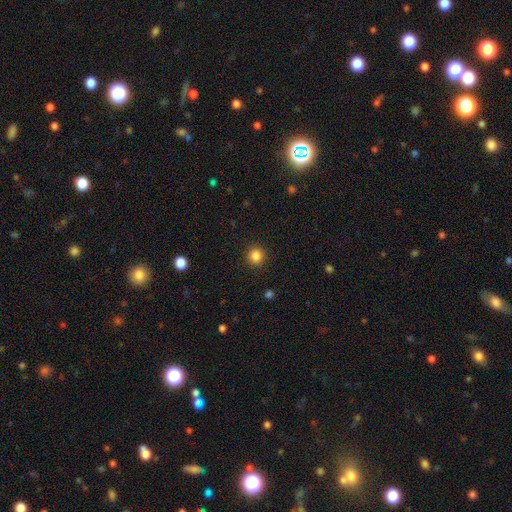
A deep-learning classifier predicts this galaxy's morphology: smooth 85%, star or artifact 12%, featured or disk 4%. Down the decision tree: how rounded — round (93%); merging — none (91%).